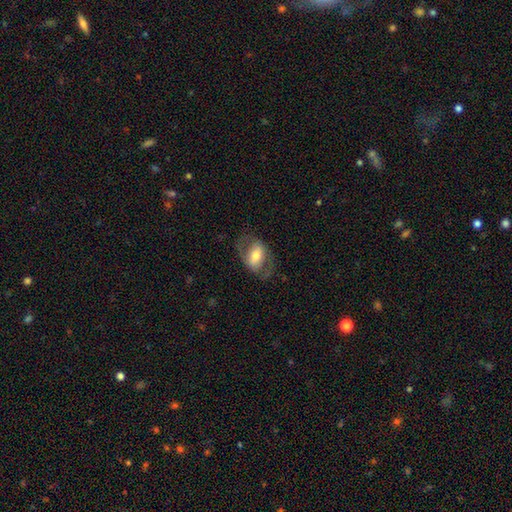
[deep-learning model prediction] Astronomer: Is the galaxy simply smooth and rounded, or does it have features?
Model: featured or disk — 50% (runner-up: smooth, 43%).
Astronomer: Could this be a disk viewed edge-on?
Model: no — 92%.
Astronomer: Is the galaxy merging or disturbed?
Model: none — 67%.